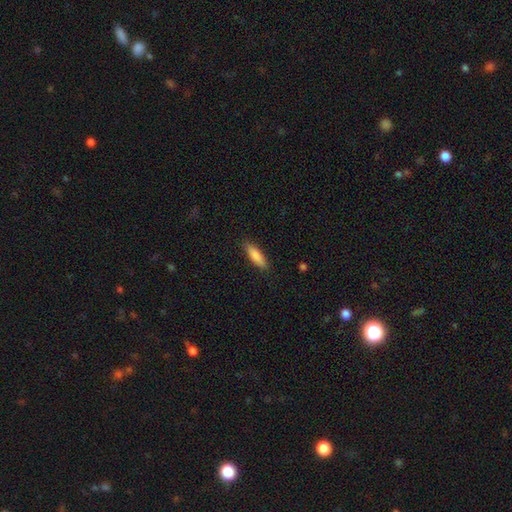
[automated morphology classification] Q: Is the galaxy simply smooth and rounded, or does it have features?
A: smooth — 85%.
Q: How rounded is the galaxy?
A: cigar-shaped — 58%.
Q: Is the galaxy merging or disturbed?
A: none — 87%.